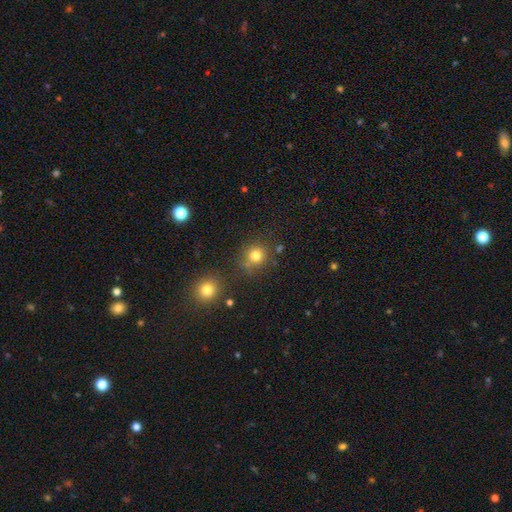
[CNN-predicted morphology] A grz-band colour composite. It shows a smooth galaxy with no disk features (78%) that is round (91%). Merging: none (76%).